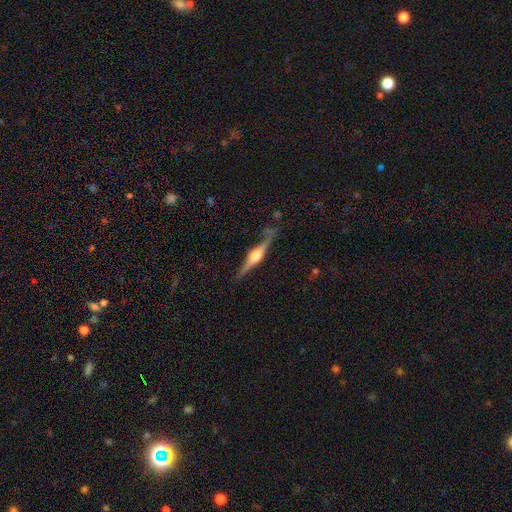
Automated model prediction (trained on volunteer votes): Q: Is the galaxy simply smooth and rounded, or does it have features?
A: featured or disk — 84%.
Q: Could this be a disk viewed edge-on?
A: yes — 98%.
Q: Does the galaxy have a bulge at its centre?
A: rounded — 91%.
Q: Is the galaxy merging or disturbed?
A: none — 83%.